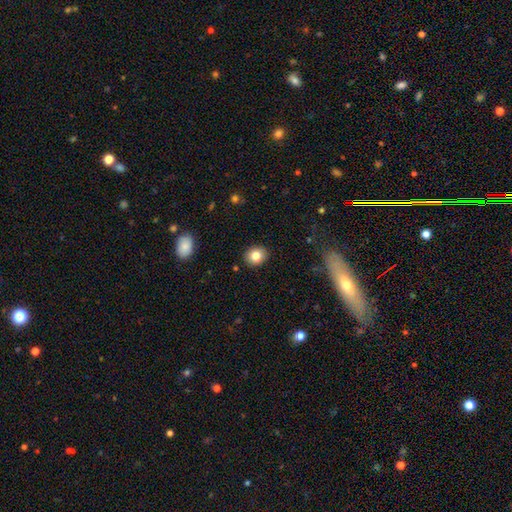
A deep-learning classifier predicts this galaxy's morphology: smooth-or-featured: smooth: 83% | star or artifact: 9% | featured or disk: 8%
  how-rounded: round: 68% | in between: 32% | cigar-shaped: 1%
  merging: none: 90% | minor disturbance: 7% | major disturbance: 2% | merger: 1%